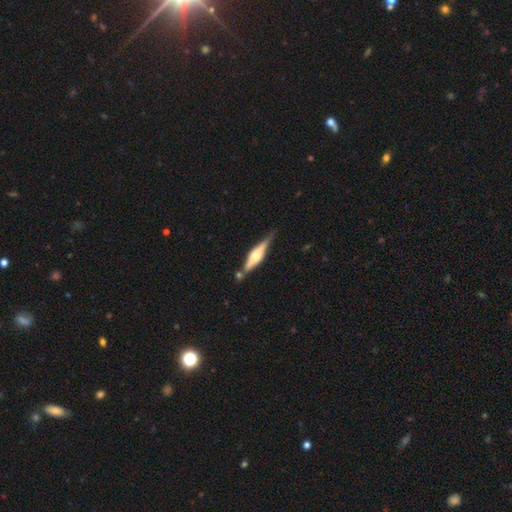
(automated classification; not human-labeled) Q: Smooth or featured?
A: featured or disk (72%); runner-up: smooth (23%)
Q: Edge-on disk?
A: yes (96%); runner-up: no (4%)
Q: Edge-on bulge?
A: rounded (73%); runner-up: boxy (23%)
Q: Merging?
A: none (75%); runner-up: minor disturbance (14%)